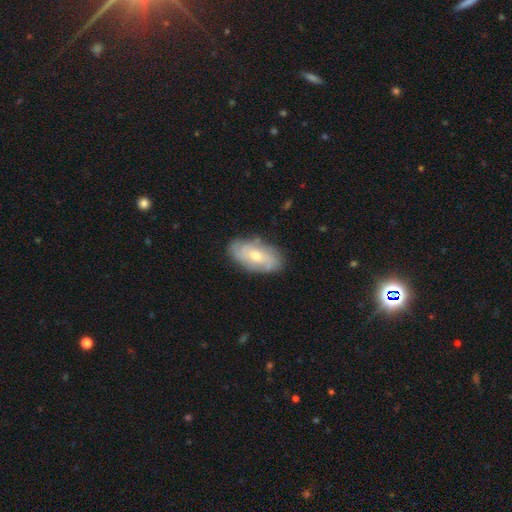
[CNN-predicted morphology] This is likely a featured or disk galaxy (63%). It is clearly not viewed edge-on (91%). Bar: likely no (68%). Spiral arm pattern: clearly yes (80%). Central bulge: possibly moderate (53%). Merging: likely none (80%).